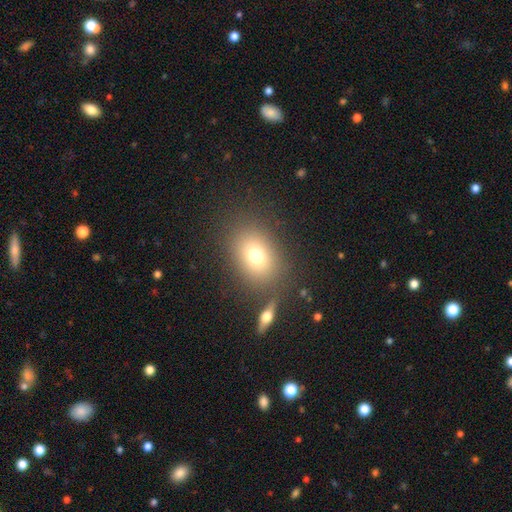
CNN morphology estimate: Q: Smooth or featured?
A: smooth (73%); runner-up: featured or disk (15%)
Q: How rounded?
A: in between (63%); runner-up: round (35%)
Q: Merging?
A: none (78%); runner-up: minor disturbance (10%)